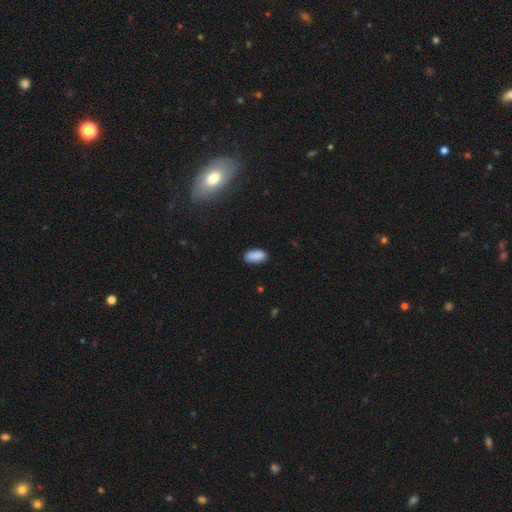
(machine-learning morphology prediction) Q: Smooth or featured?
A: smooth (89%); runner-up: star or artifact (8%)
Q: How rounded?
A: in between (94%); runner-up: cigar-shaped (3%)
Q: Merging?
A: none (86%); runner-up: minor disturbance (11%)